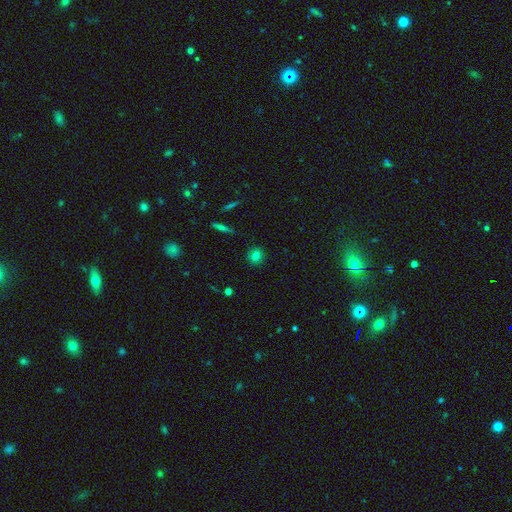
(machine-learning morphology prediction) A smooth galaxy with no disk features (76%) that is round (86%).

Vote fractions:
- Smooth or featured? smooth: 76% / star or artifact: 13% / featured or disk: 11%
- How rounded? round: 86% / in between: 12% / cigar-shaped: 1%
- Merging? none: 89% / minor disturbance: 8% / major disturbance: 2% / merger: 1%